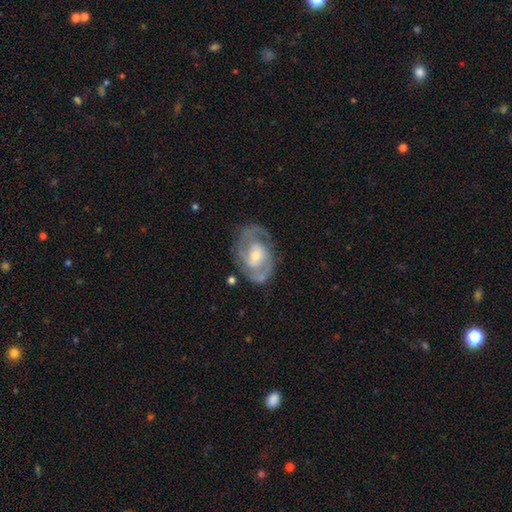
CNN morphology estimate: smooth_or_featured: featured or disk (p=0.87) [alt: smooth p=0.08]
disk_edge_on: no (p=0.97) [alt: yes p=0.03]
bar: no (p=0.48) [alt: weak p=0.38]
has_spiral_arms: yes (p=0.94) [alt: no p=0.06]
spiral_winding: medium (p=0.47) [alt: tight p=0.43]
spiral_arm_count: 2 (p=0.82) [alt: can't tell p=0.07]
bulge_size: small (p=0.48) [alt: moderate p=0.46]
merging: none (p=0.77) [alt: minor disturbance p=0.15]